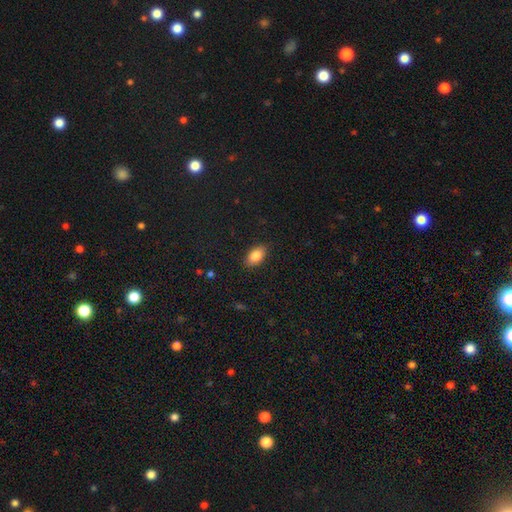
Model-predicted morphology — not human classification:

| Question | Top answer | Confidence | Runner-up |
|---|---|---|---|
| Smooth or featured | smooth | 85% | star or artifact (8%) |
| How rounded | in between | 91% | round (6%) |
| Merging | none | 87% | minor disturbance (10%) |